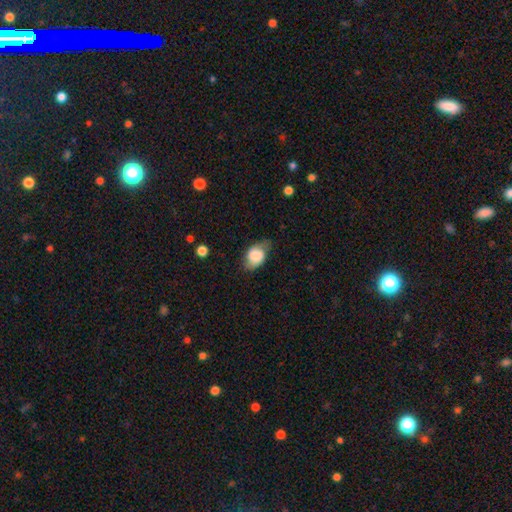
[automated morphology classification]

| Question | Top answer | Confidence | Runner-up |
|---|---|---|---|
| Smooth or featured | smooth | 67% | featured or disk (25%) |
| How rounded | in between | 82% | round (17%) |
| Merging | none | 55% | minor disturbance (32%) |